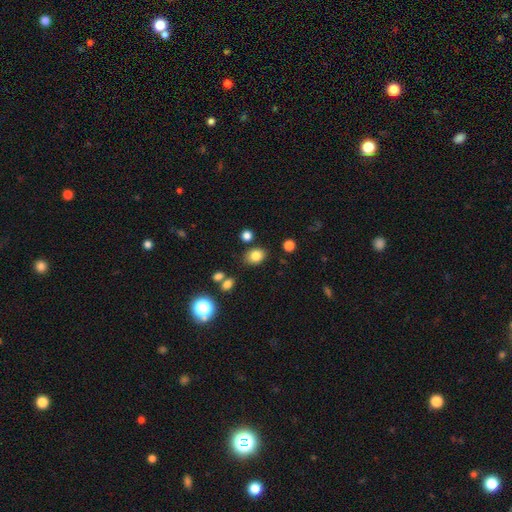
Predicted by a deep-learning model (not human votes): Q: Smooth or featured?
A: smooth (81%); runner-up: star or artifact (12%)
Q: How rounded?
A: in between (59%); runner-up: round (40%)
Q: Merging?
A: none (80%); runner-up: minor disturbance (12%)